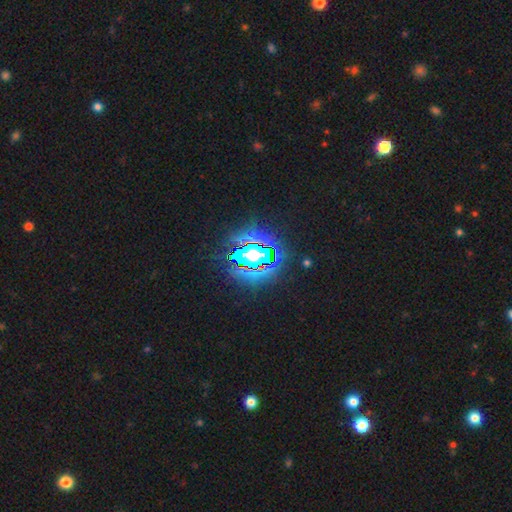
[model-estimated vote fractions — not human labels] A star or artifact, not a galaxy (82%).

Vote fractions:
- Smooth or featured? star or artifact: 82% / smooth: 10% / featured or disk: 8%